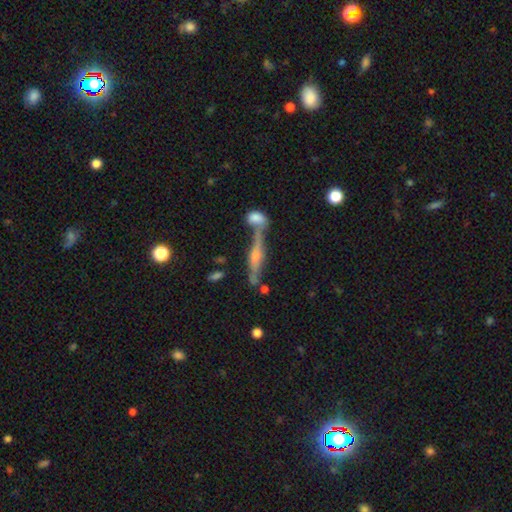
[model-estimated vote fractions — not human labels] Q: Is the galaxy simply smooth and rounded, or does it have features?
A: featured or disk — 72%.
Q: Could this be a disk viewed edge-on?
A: yes — 94%.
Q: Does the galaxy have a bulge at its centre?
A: rounded — 87%.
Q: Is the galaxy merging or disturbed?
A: none — 62%.